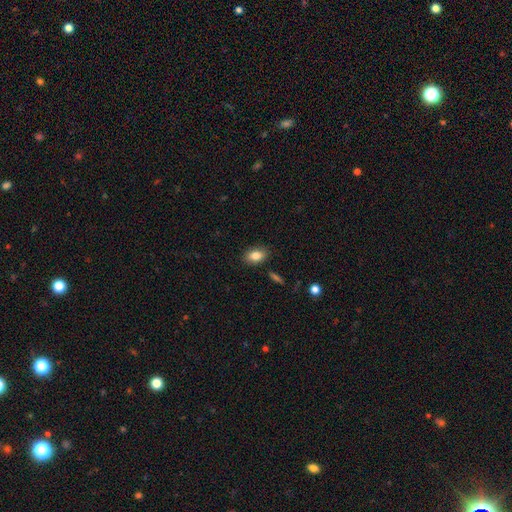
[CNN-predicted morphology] The model was most divided on "how rounded": in between: 84%, round: 14%, cigar-shaped: 2%. More confident: merging — none (85%); smooth or featured — smooth (82%).